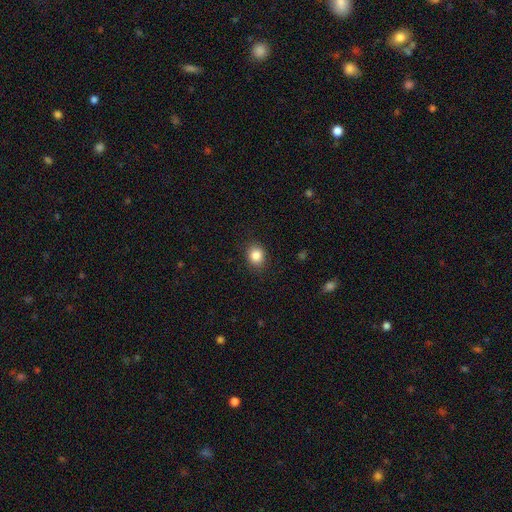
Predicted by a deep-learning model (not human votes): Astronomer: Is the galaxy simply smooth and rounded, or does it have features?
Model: smooth — 85%.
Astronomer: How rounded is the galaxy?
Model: round — 66%.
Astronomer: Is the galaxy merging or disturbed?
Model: none — 86%.